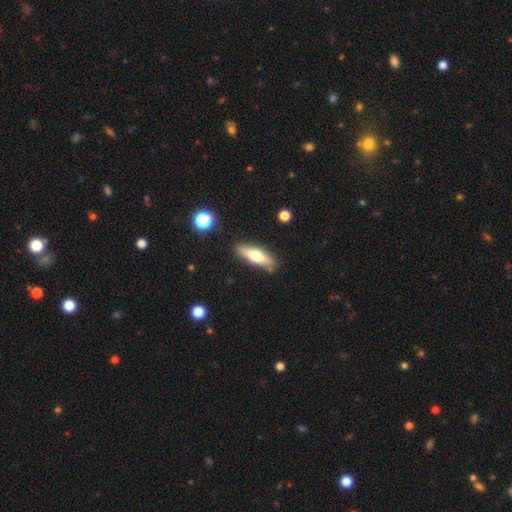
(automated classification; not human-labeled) Overall: smooth (49%; featured or disk 44%). Merging: none (85%).